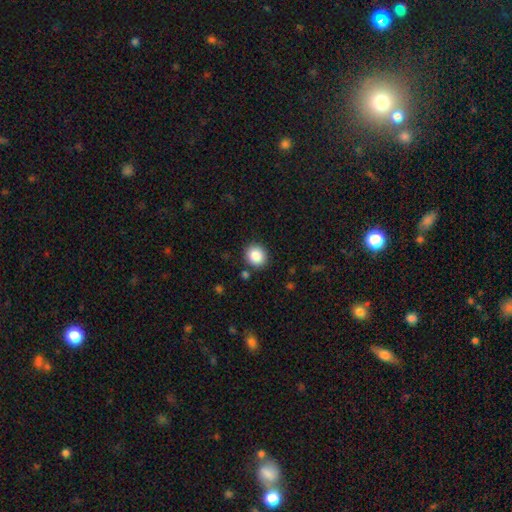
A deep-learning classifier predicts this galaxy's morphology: Smooth or featured? Predicted: smooth (p=0.86). How rounded? Predicted: round (p=0.82). Merging? Predicted: none (p=0.87).